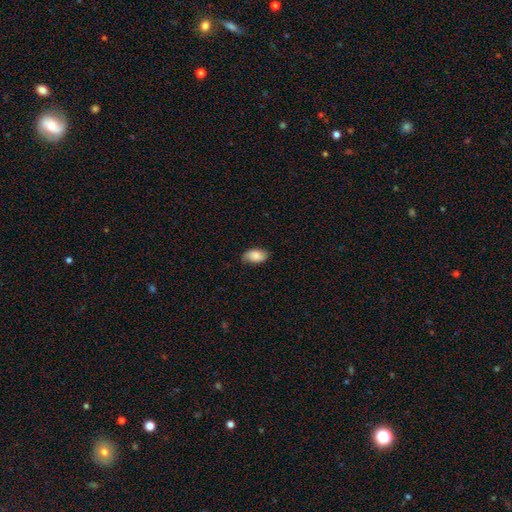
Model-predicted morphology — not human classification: smooth_or_featured: smooth (p=0.86) [alt: featured or disk p=0.08]
how_rounded: in between (p=0.94) [alt: round p=0.05]
merging: none (p=0.77) [alt: minor disturbance p=0.19]